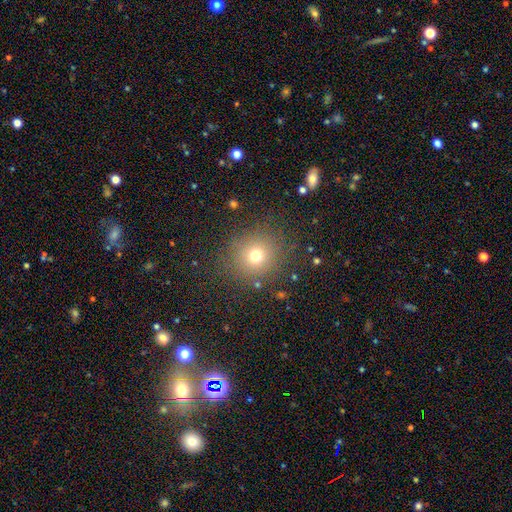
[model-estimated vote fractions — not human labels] Smooth or featured? smooth (71%)
How rounded? round (88%)
Merging? none (84%)